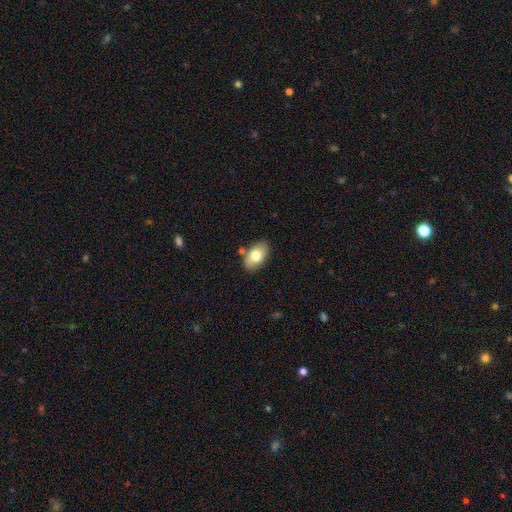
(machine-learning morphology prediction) The model was most divided on "smooth or featured": smooth: 76%, featured or disk: 17%, star or artifact: 7%. More confident: how rounded — in between (92%); merging — none (79%).